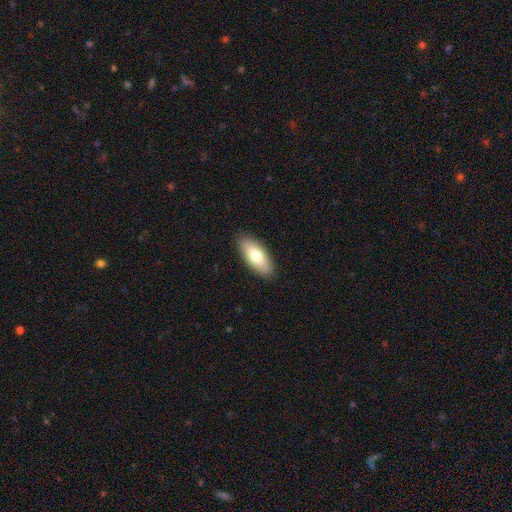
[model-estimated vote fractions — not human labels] This appears to be a smooth galaxy with no disk features (75%) that is in between round and cigar-shaped (86%). Merging: none (89%).